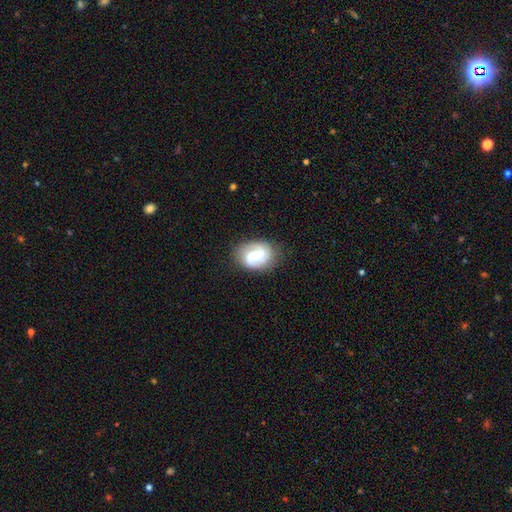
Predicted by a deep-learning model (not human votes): A featured or disk galaxy (69%) with a weak bar (50%), 2 (82%) medium (44%) spiral arms (89%) and a moderate central bulge (45%). Merging: none (78%).